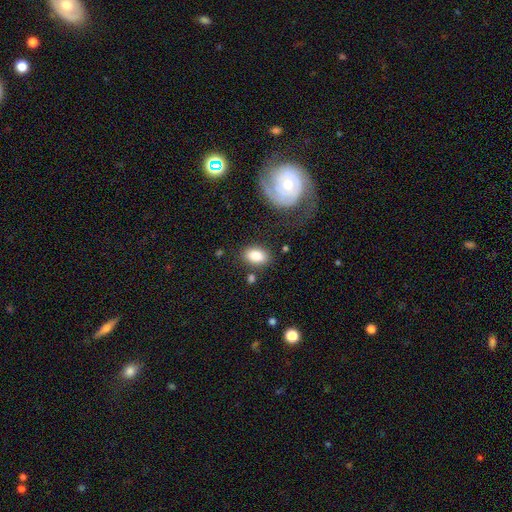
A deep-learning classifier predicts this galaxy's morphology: Smooth or featured? Predicted: smooth (p=0.83). How rounded? Predicted: in between (p=0.86). Merging? Predicted: none (p=0.79).